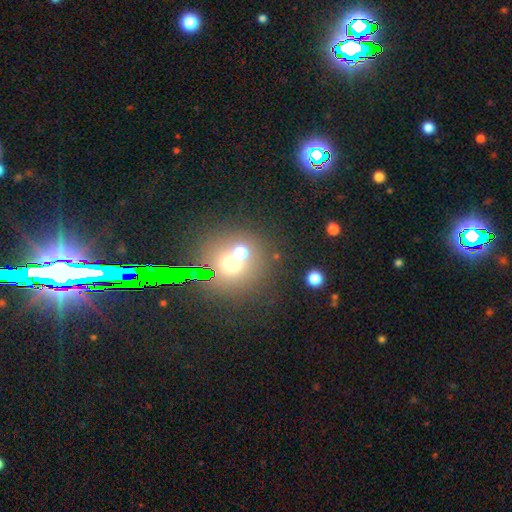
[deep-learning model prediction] The model was most divided on "smooth or featured": star or artifact: 51%, smooth: 35%, featured or disk: 14%.